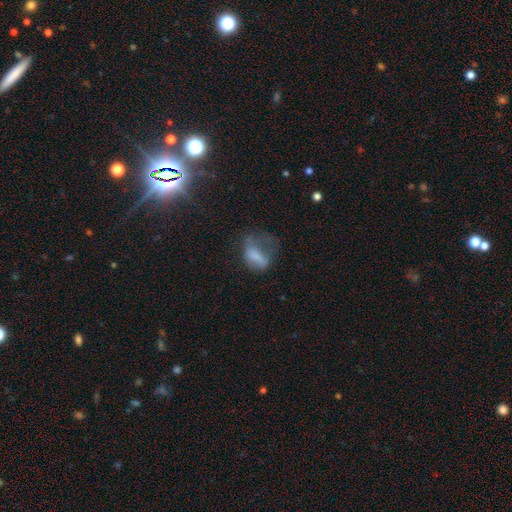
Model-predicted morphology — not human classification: smooth_or_featured: smooth (p=0.62) [alt: featured or disk p=0.25]
how_rounded: in between (p=0.79) [alt: round p=0.15]
merging: major disturbance (p=0.51) [alt: minor disturbance p=0.23]